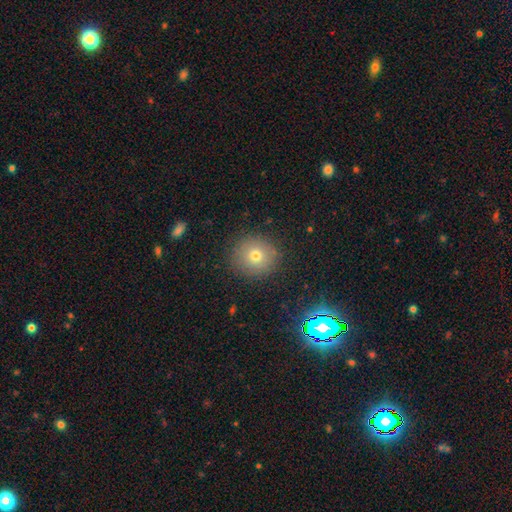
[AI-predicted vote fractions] Smooth or featured? smooth (72%)
How rounded? round (91%)
Merging? none (89%)